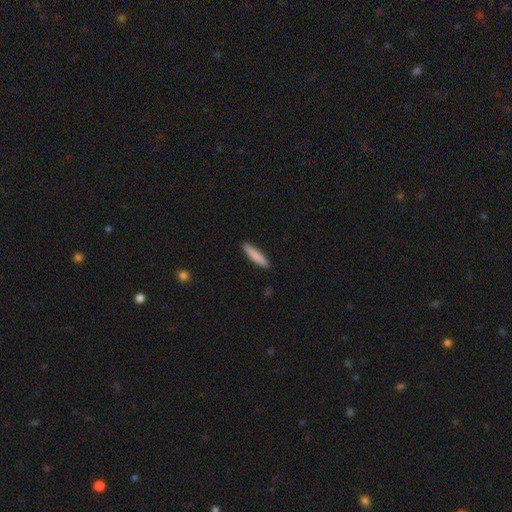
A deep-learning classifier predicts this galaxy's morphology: Smooth or featured?
  - smooth: 85% *
  - featured or disk: 9%
  - star or artifact: 6%
How rounded?
  - cigar-shaped: 87% *
  - in between: 11%
  - round: 1%
Merging?
  - none: 90% *
  - minor disturbance: 7%
  - major disturbance: 1%
  - merger: 1%